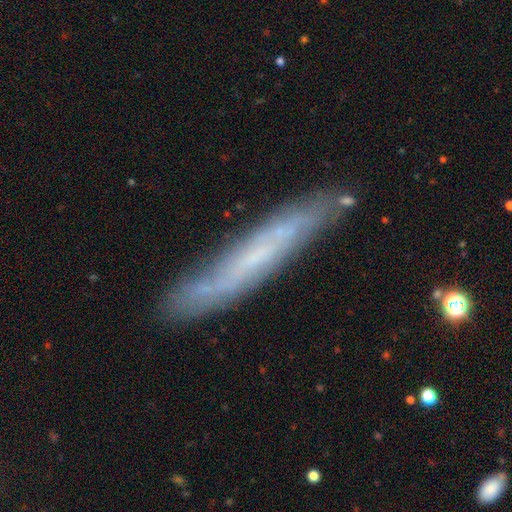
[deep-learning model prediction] A featured or disk galaxy (57%) viewed edge-on (69%). Merging: none (80%).